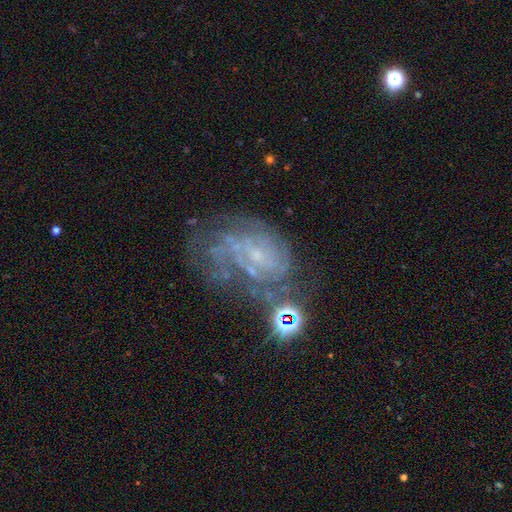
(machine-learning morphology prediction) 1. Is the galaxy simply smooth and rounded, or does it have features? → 70% featured or disk, 16% star or artifact, 14% smooth.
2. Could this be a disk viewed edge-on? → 97% no, 3% yes.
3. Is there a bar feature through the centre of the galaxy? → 62% no, 30% weak, 7% strong.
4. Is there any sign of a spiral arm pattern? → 73% yes, 27% no.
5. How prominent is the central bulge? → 62% small, 25% none, 10% moderate, 1% large, 1% dominant.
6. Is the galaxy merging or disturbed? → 40% none, 27% major disturbance, 20% minor disturbance, 13% merger.